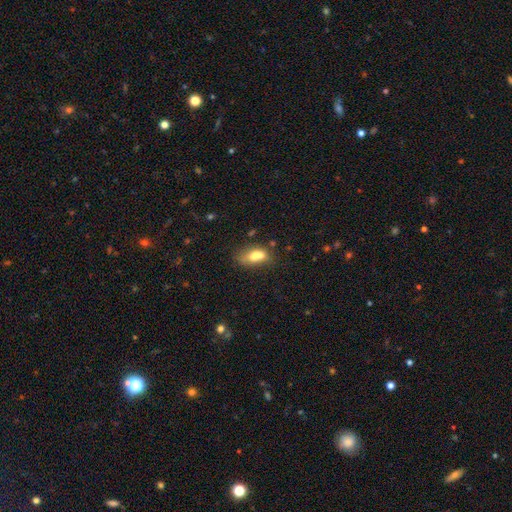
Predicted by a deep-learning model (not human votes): A smooth galaxy with no disk features (69%) that is in between round and cigar-shaped (80%). Merging: none (36%).